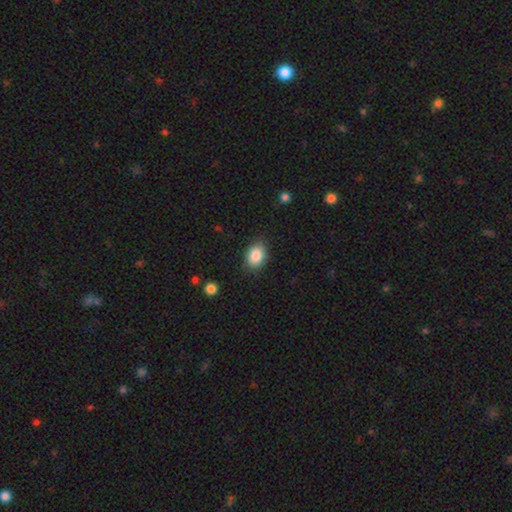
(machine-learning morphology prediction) Smooth or featured?
  - smooth: 87% *
  - star or artifact: 8%
  - featured or disk: 5%
How rounded?
  - in between: 73% *
  - round: 26%
  - cigar-shaped: 1%
Merging?
  - none: 85% *
  - minor disturbance: 11%
  - major disturbance: 3%
  - merger: 1%